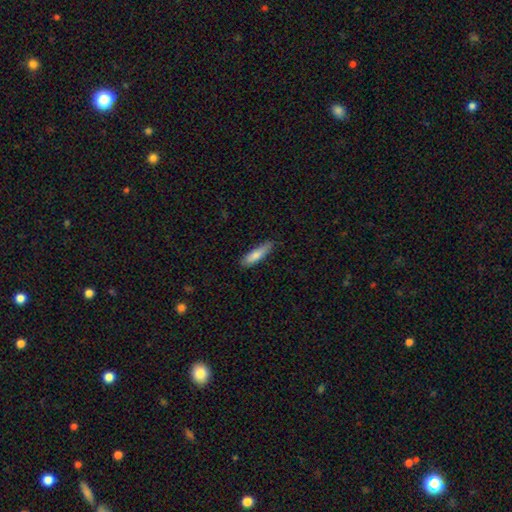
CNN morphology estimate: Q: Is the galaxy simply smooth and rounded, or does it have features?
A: smooth — 78%.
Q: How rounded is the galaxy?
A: cigar-shaped — 73%.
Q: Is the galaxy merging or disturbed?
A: none — 75%.